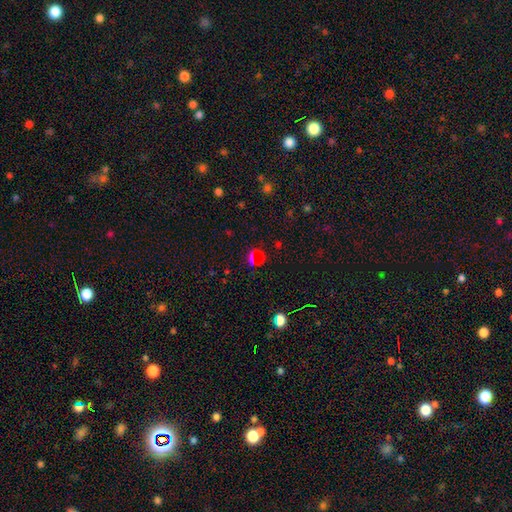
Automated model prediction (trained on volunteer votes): smooth-or-featured: smooth: 49% | star or artifact: 43% | featured or disk: 8%
  merging: none: 80% | minor disturbance: 9% | merger: 7% | major disturbance: 5%